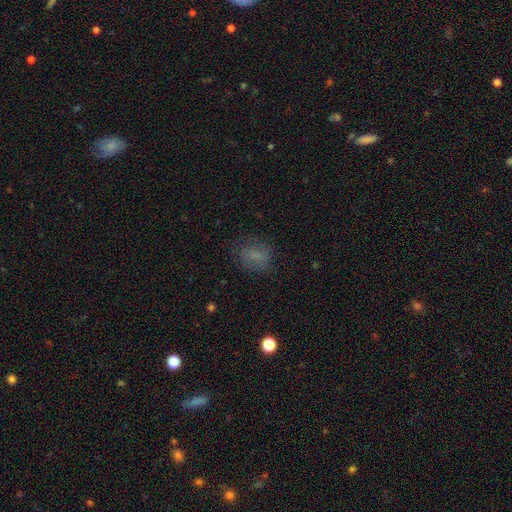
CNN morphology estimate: smooth_or_featured: smooth (p=0.71) [alt: star or artifact p=0.15]
how_rounded: in between (p=0.54) [alt: round p=0.44]
merging: none (p=0.73) [alt: minor disturbance p=0.17]